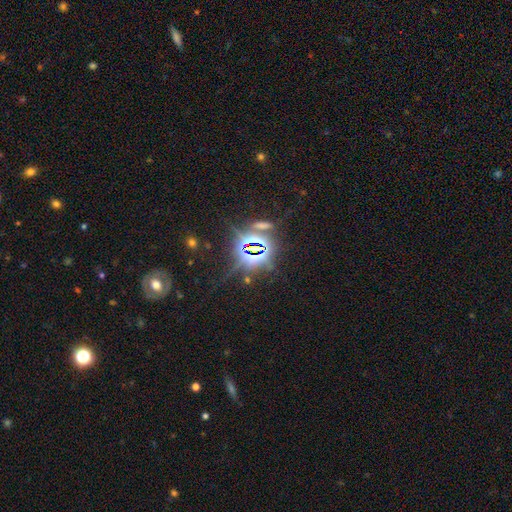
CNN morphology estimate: star or artifact 83%, smooth 9%, featured or disk 8%.